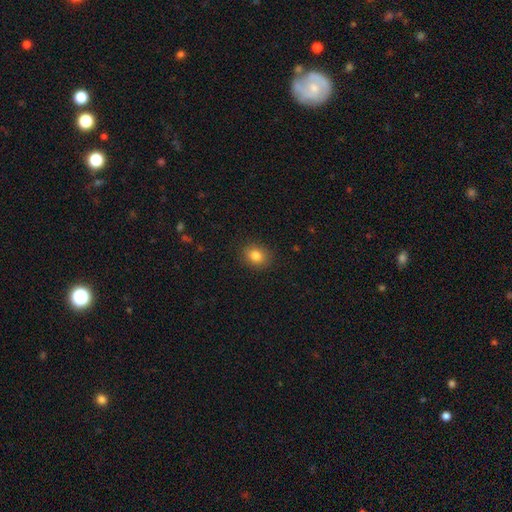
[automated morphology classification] Smooth or featured? Predicted: smooth (p=0.83). How rounded? Predicted: round (p=0.58). Merging? Predicted: none (p=0.89).